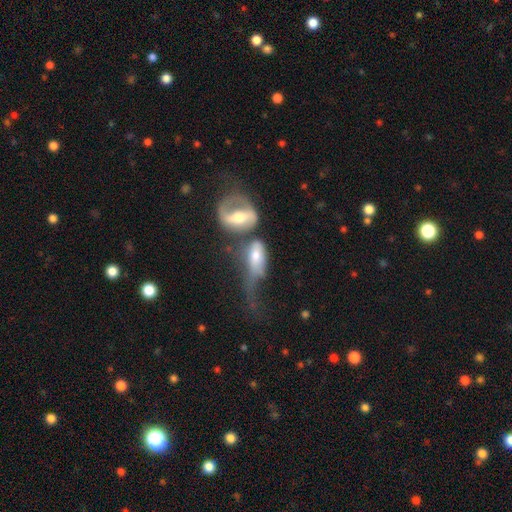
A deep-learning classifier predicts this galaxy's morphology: This is possibly a featured or disk galaxy (53%). It is clearly not viewed edge-on (81%). Merging: possibly merger (56%).